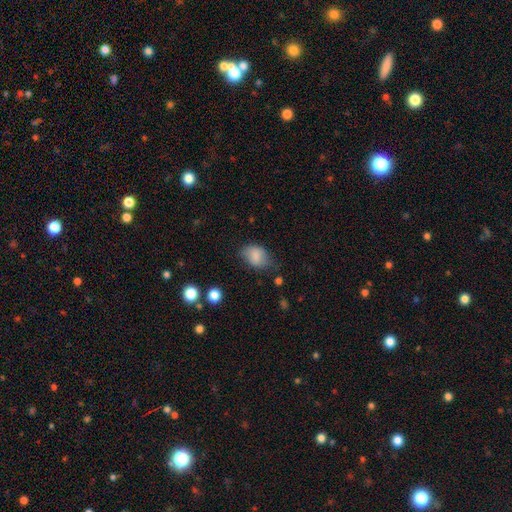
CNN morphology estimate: Smooth or featured: smooth — 82% (featured or disk — 10%)
How rounded: in between — 77% (round — 21%)
Merging: none — 59% (minor disturbance — 29%)